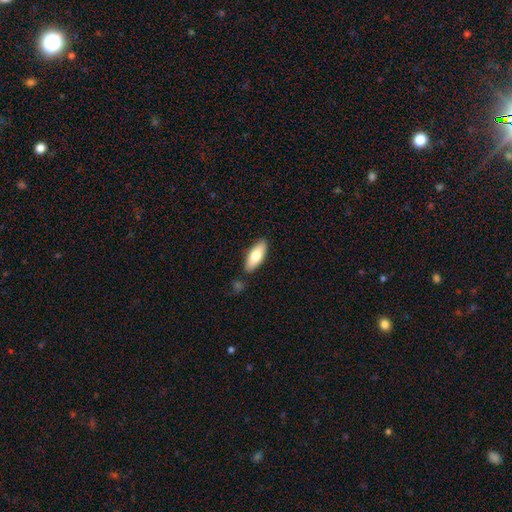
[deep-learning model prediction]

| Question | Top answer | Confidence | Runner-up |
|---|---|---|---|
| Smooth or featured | smooth | 74% | featured or disk (20%) |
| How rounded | in between | 76% | cigar-shaped (22%) |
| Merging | none | 85% | minor disturbance (10%) |